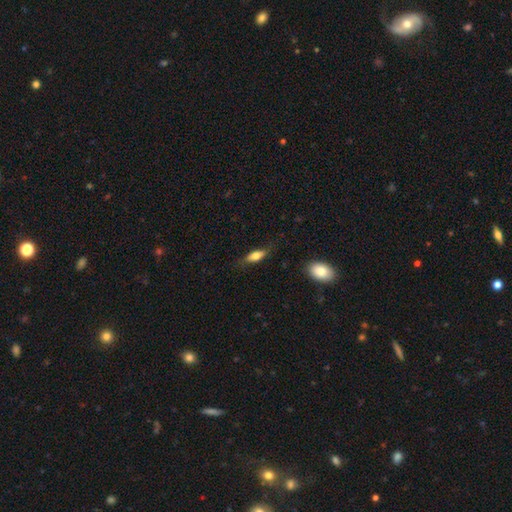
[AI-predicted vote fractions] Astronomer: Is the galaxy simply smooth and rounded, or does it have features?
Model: smooth — 71%.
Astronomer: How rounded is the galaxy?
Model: in between — 69%.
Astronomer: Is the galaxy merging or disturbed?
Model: none — 74%.